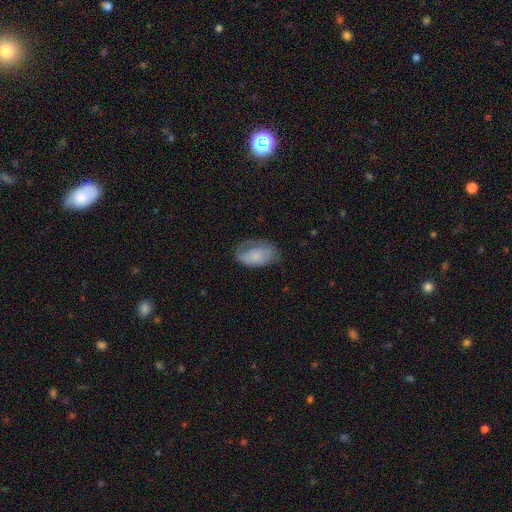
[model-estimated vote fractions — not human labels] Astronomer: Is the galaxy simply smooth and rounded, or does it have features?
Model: smooth — 64%.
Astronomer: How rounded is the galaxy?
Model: in between — 91%.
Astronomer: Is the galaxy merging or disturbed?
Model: none — 46% (runner-up: minor disturbance, 30%).